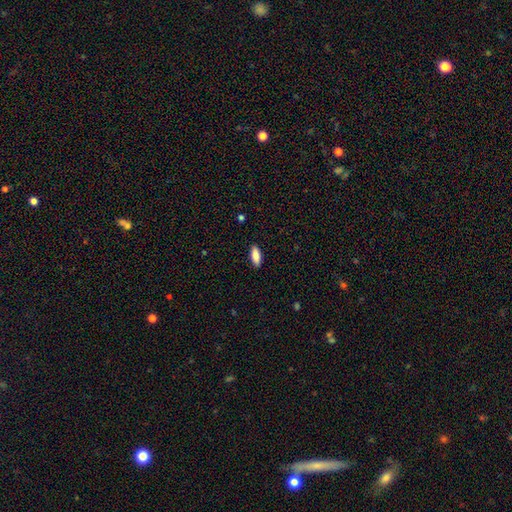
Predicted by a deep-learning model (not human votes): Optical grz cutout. It shows a smooth galaxy with no disk features (85%) that is in between round and cigar-shaped (78%). Merging: none (90%).